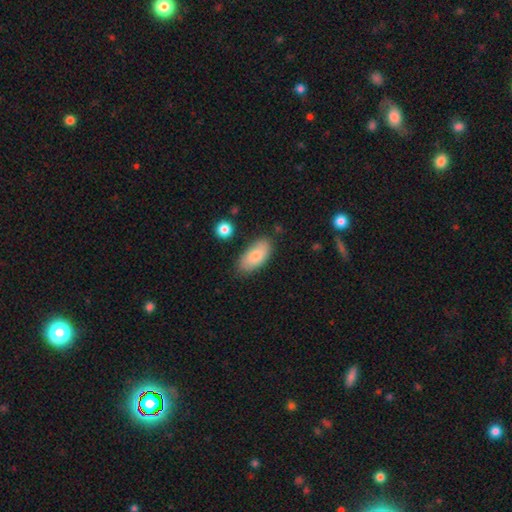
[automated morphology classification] Smooth or featured? smooth (81%)
How rounded? in between (91%)
Merging? none (77%)